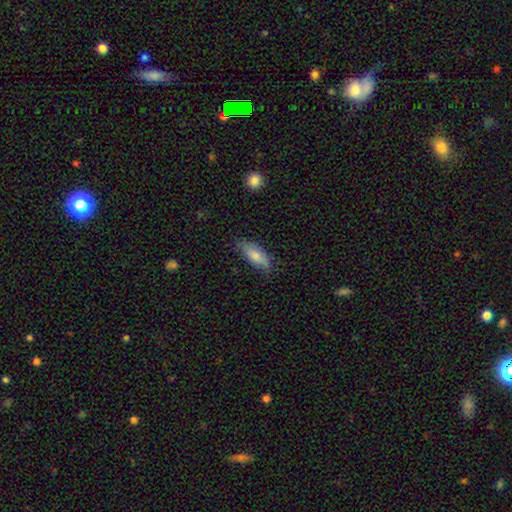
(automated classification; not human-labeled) Smooth or featured? Predicted: smooth (p=0.81). How rounded? Predicted: in between (p=0.71). Merging? Predicted: none (p=0.72).